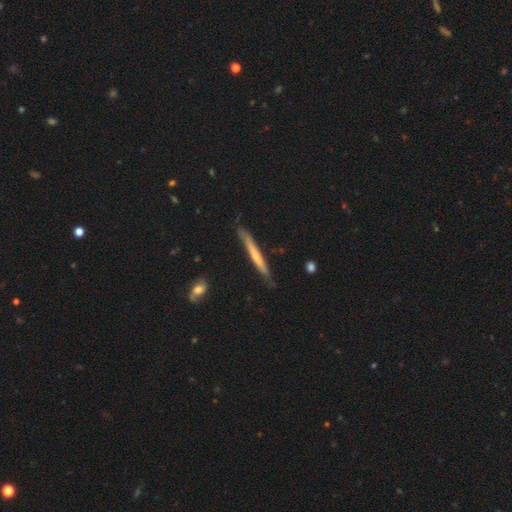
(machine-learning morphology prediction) A featured or disk galaxy (58%) viewed edge-on (95%) with no central bulge (49%). Merging: none (80%).